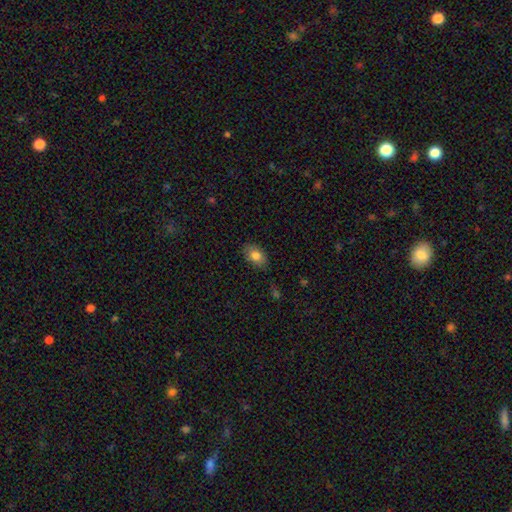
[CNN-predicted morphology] This is clearly a smooth galaxy (82%). How rounded: clearly in between (84%). Merging: likely none (80%).